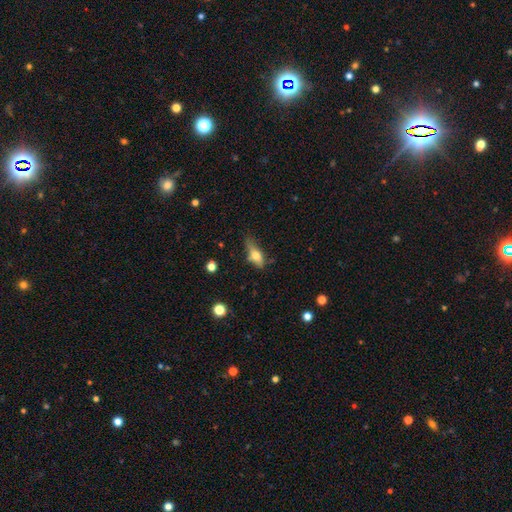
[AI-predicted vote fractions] Morphology: type=smooth (65%); roundness=in between (68%); merging=none (49%).